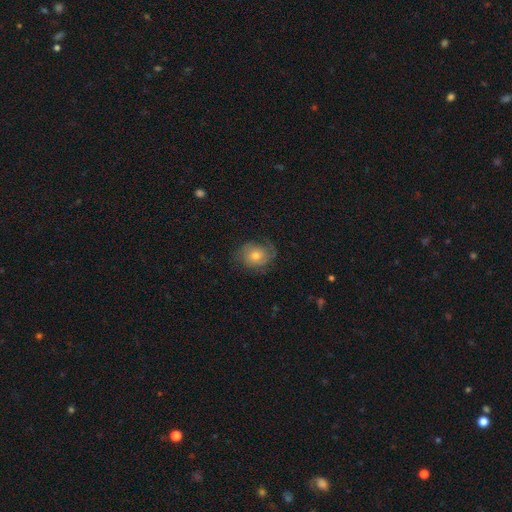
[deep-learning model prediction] Smooth or featured: featured or disk — 54% (smooth — 37%)
Edge-on disk: no — 97% (yes — 3%)
Bar: no — 80% (weak — 16%)
Spiral arms: yes — 82% (no — 18%)
Bulge size: moderate — 58% (small — 35%)
Merging: none — 66% (minor disturbance — 21%)